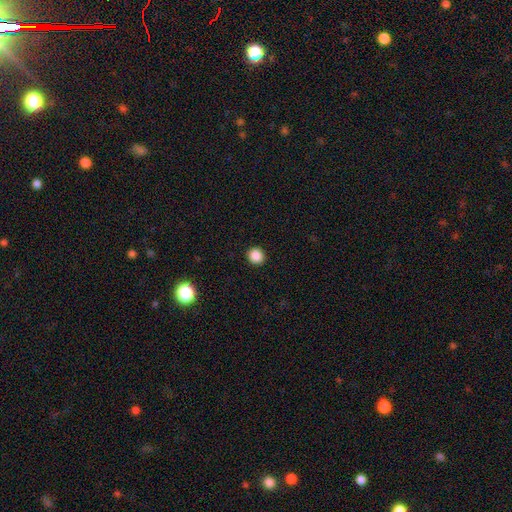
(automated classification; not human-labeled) Q: Smooth or featured?
A: smooth (87%); runner-up: star or artifact (11%)
Q: How rounded?
A: round (90%); runner-up: in between (9%)
Q: Merging?
A: none (93%); runner-up: minor disturbance (5%)